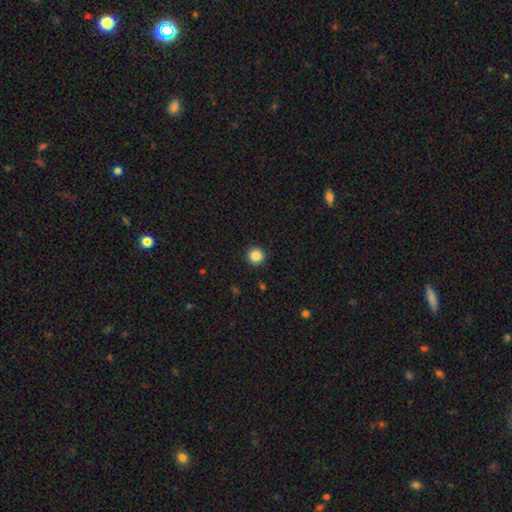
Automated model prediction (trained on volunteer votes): Q: Smooth or featured?
A: smooth (86%); runner-up: star or artifact (10%)
Q: How rounded?
A: round (96%); runner-up: in between (3%)
Q: Merging?
A: none (93%); runner-up: minor disturbance (4%)